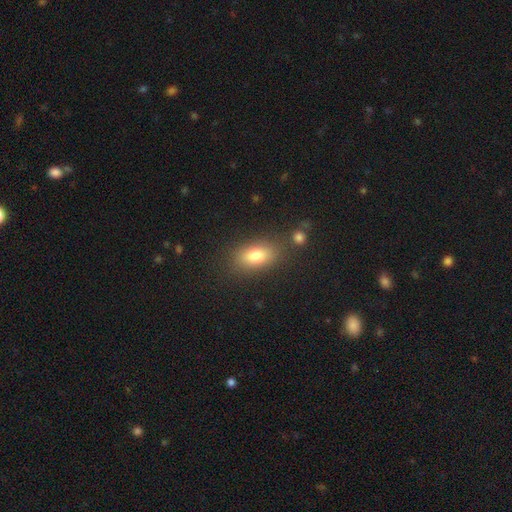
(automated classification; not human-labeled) This appears to be a smooth galaxy with no disk features (79%) that is in between round and cigar-shaped (85%). Merging: none (78%).